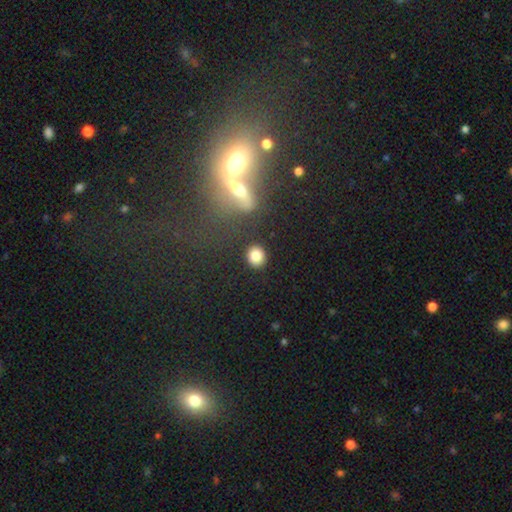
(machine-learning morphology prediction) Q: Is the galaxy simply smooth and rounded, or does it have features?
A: smooth — 84%.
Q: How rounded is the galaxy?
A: round — 82%.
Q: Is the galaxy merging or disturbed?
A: none — 88%.